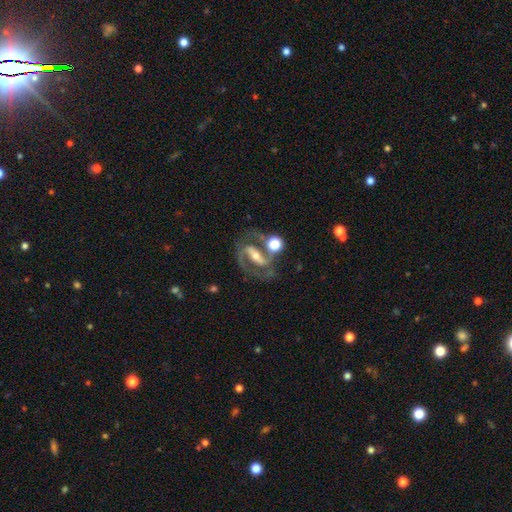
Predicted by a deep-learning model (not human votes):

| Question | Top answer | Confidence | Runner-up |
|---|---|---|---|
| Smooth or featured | featured or disk | 86% | smooth (8%) |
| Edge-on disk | no | 95% | yes (5%) |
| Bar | strong | 62% | weak (25%) |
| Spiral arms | yes | 92% | no (8%) |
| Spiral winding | medium | 56% | tight (28%) |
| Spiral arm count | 2 | 91% | can't tell (3%) |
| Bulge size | moderate | 47% | small (44%) |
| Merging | none | 65% | minor disturbance (14%) |